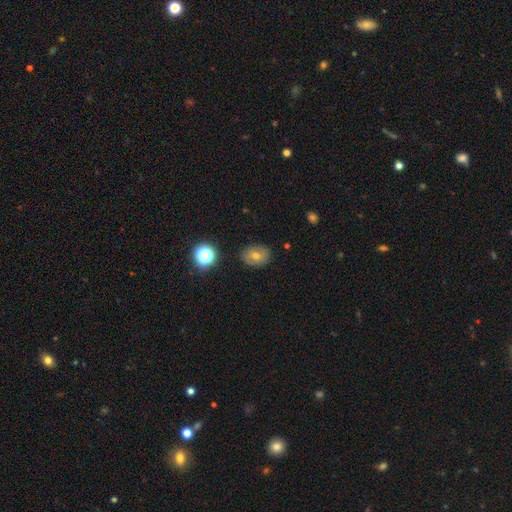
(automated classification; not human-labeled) Q: Smooth or featured?
A: smooth (58%); runner-up: featured or disk (26%)
Q: How rounded?
A: in between (57%); runner-up: round (42%)
Q: Merging?
A: none (84%); runner-up: minor disturbance (12%)